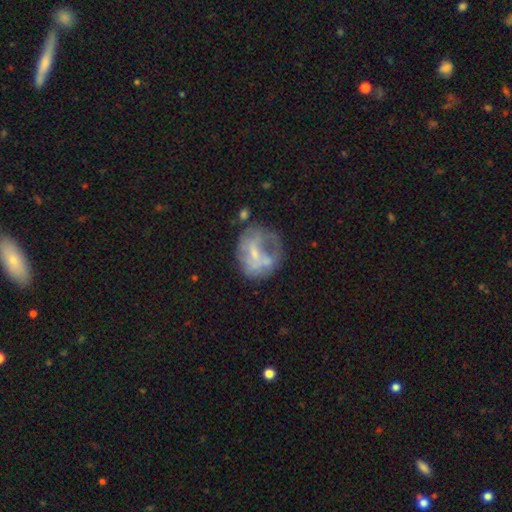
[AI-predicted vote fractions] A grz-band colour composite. It shows a featured or disk galaxy (55%) with no bar (62%), no spiral arms (74%) and a small central bulge (44%). Merging: none (41%).